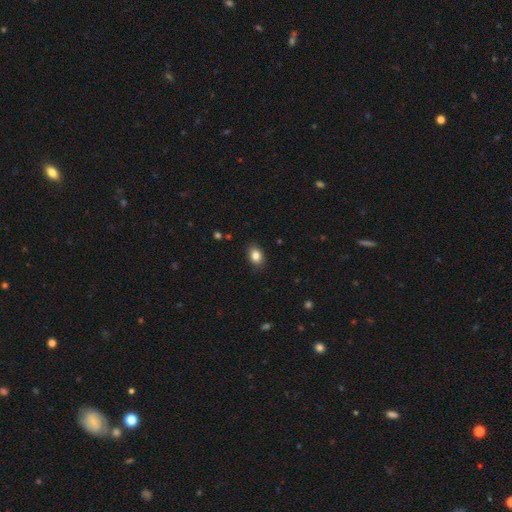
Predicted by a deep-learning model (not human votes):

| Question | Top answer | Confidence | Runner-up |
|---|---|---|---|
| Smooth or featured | smooth | 84% | star or artifact (9%) |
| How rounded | in between | 74% | round (25%) |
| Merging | none | 87% | minor disturbance (10%) |